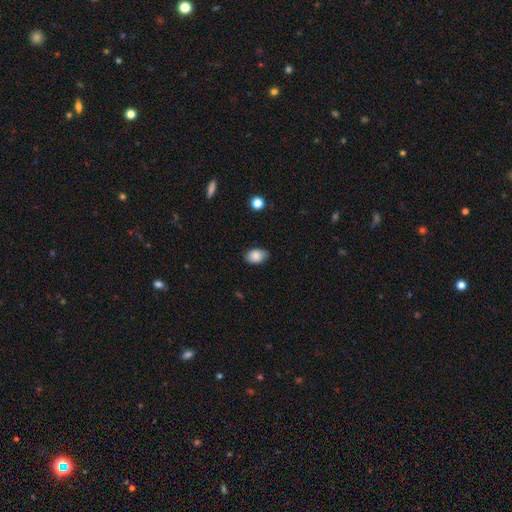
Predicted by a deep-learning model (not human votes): This appears to be a smooth galaxy with no disk features (86%) that is in between round and cigar-shaped (85%). Merging: none (79%).